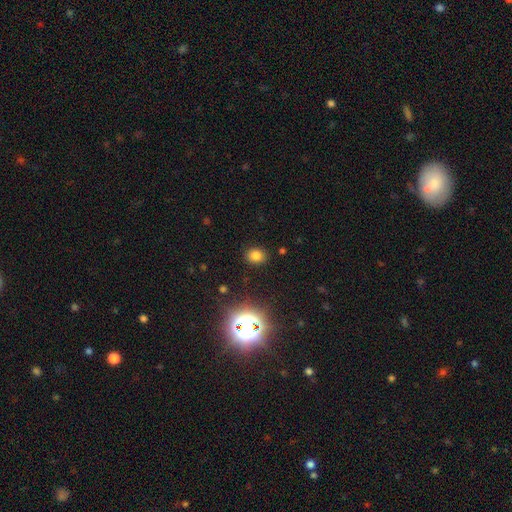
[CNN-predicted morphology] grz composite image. It shows a smooth galaxy with no disk features (76%) that is round (54%). Merging: none (88%).